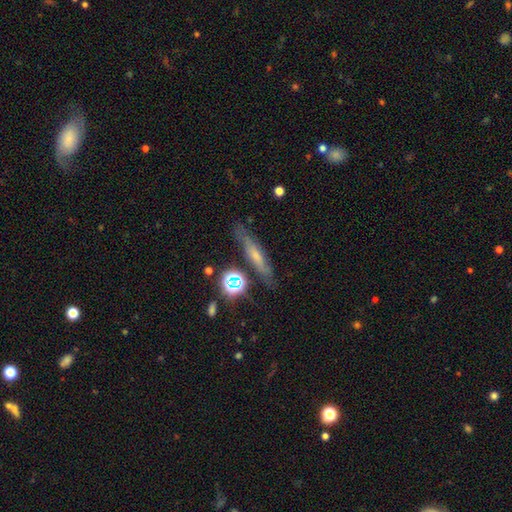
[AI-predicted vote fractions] The model was most divided on "smooth or featured": smooth: 46%, featured or disk: 39%, star or artifact: 15%. More confident: merging — none (73%).